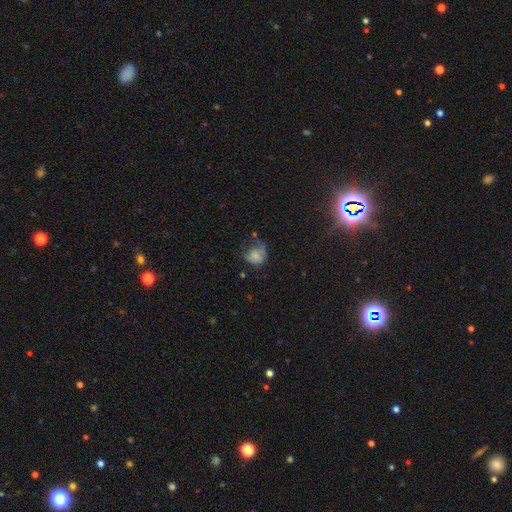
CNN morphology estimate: smooth-or-featured: smooth: 63% | featured or disk: 24% | star or artifact: 13%
  how-rounded: round: 55% | in between: 43% | cigar-shaped: 1%
  merging: major disturbance: 32% (tied) | none: 32% (tied) | minor disturbance: 31% | merger: 6%